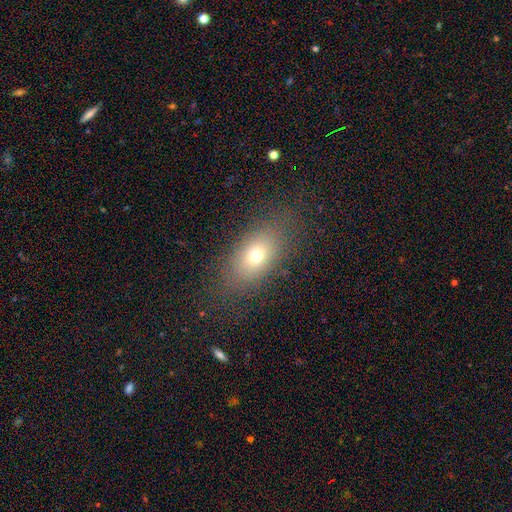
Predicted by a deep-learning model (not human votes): This appears to be a smooth galaxy with no disk features (69%) that is in between round and cigar-shaped (82%). Merging: none (78%).